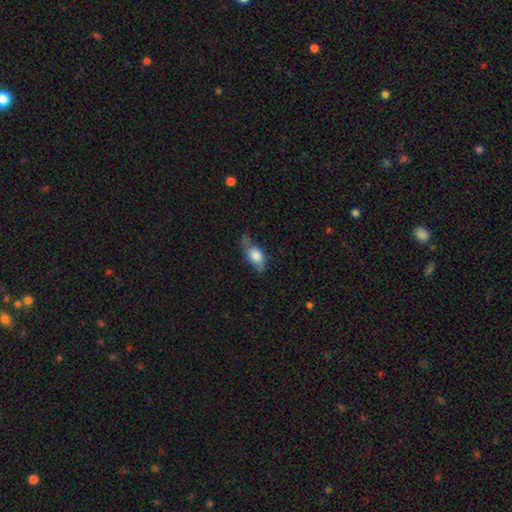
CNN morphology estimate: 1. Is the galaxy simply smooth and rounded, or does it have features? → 72% smooth, 21% featured or disk, 7% star or artifact.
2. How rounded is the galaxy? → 84% in between, 9% cigar-shaped, 6% round.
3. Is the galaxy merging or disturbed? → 46% none, 36% minor disturbance, 15% major disturbance, 3% merger.